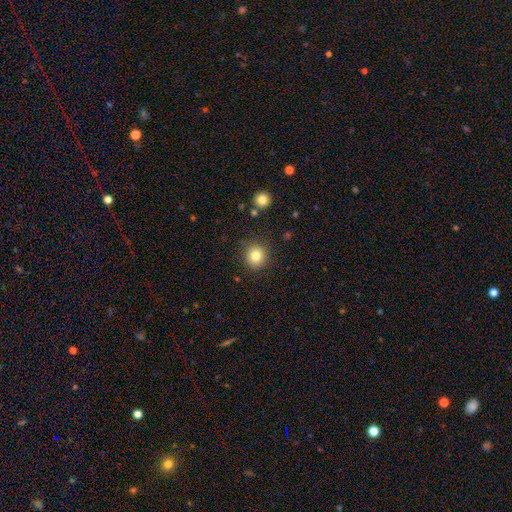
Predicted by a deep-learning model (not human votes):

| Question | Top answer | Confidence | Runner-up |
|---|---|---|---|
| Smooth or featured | smooth | 81% | star or artifact (11%) |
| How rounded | round | 92% | in between (7%) |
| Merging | none | 89% | minor disturbance (7%) |